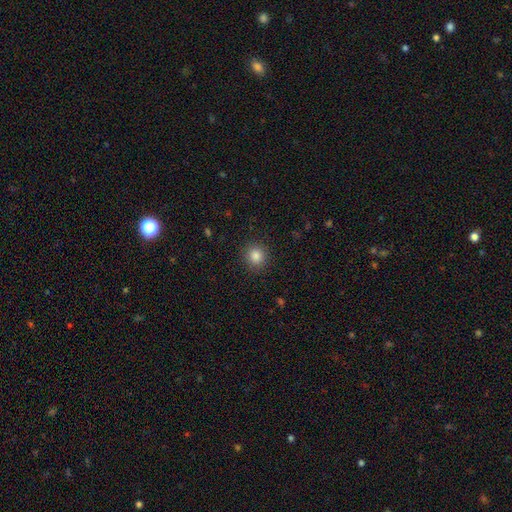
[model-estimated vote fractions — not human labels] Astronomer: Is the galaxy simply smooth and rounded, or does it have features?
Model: smooth — 85%.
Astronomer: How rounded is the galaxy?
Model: round — 90%.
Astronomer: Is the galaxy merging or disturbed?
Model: none — 90%.